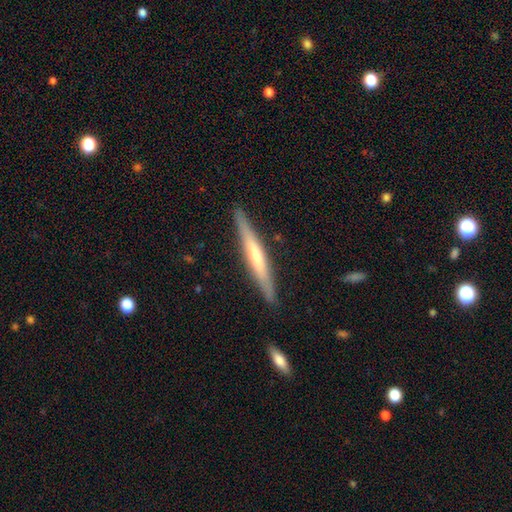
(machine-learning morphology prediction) This is possibly a featured or disk galaxy (54%). It is clearly viewed edge-on (95%). Edge-on bulge: possibly none (48%). Merging: clearly none (89%).